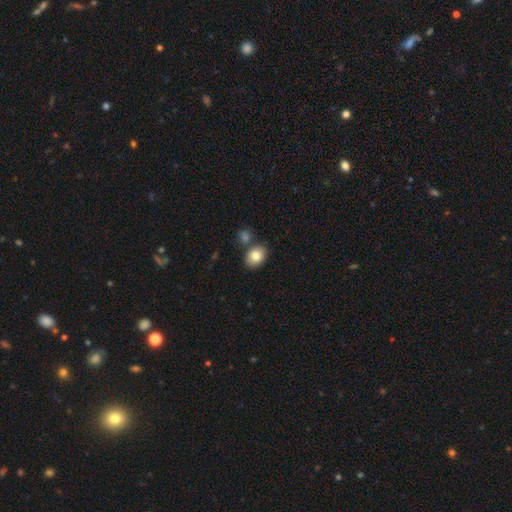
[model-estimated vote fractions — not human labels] A smooth galaxy with no disk features (82%) that is in between round and cigar-shaped (65%). Merging: none (71%).